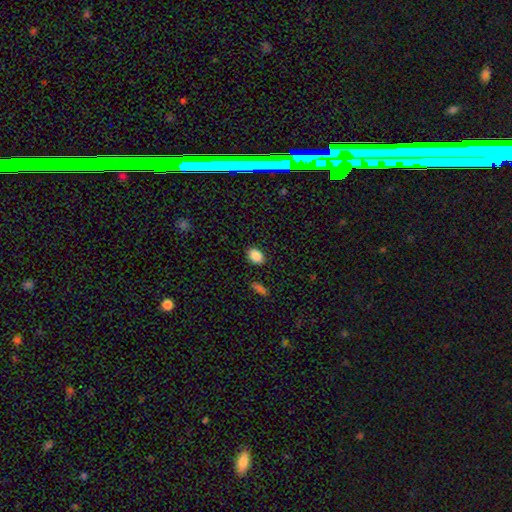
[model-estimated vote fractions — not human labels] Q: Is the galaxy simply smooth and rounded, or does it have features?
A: smooth — 88%.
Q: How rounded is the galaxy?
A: in between — 81%.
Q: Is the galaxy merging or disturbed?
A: none — 88%.